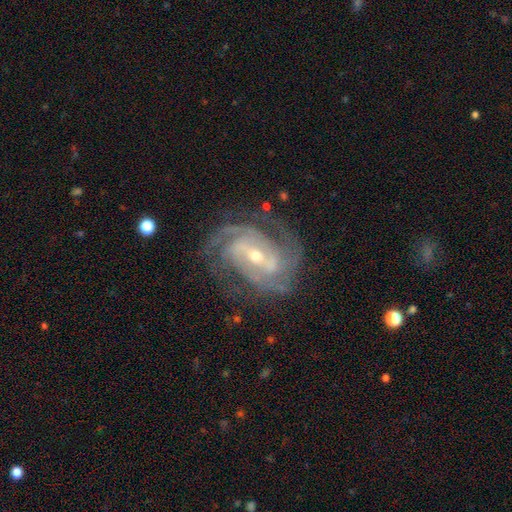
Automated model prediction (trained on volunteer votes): Smooth or featured? Predicted: featured or disk (p=0.91). Edge-on disk? Predicted: no (p=0.97). Bar? Predicted: strong (p=0.41). Spiral arms? Predicted: yes (p=0.98). Spiral winding? Predicted: tight (p=0.59). Spiral arm count? Predicted: 3 (p=0.37). Bulge size? Predicted: small (p=0.51). Merging? Predicted: none (p=0.74).